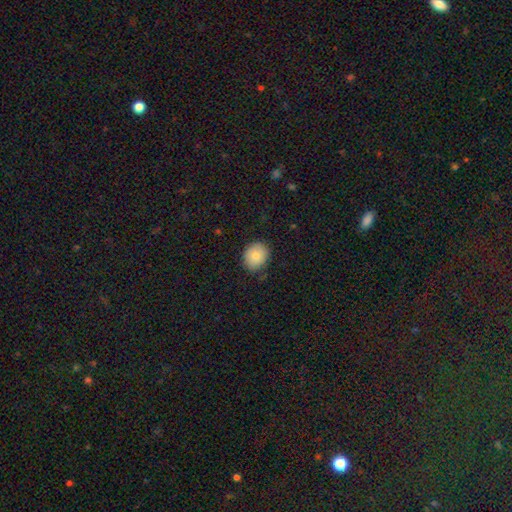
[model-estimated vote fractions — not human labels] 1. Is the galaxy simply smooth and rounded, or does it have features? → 81% smooth, 11% featured or disk, 8% star or artifact.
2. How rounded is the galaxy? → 66% round, 33% in between, 1% cigar-shaped.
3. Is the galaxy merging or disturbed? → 81% none, 15% minor disturbance, 3% major disturbance, 1% merger.